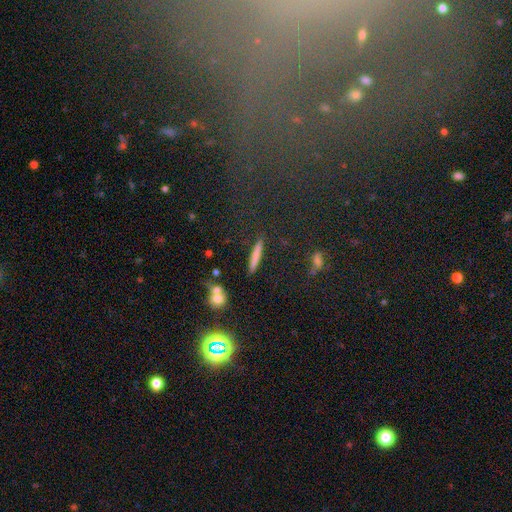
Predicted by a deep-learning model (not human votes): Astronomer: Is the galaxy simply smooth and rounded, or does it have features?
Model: smooth — 66%.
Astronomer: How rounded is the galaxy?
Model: cigar-shaped — 92%.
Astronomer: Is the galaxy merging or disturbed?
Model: none — 86%.